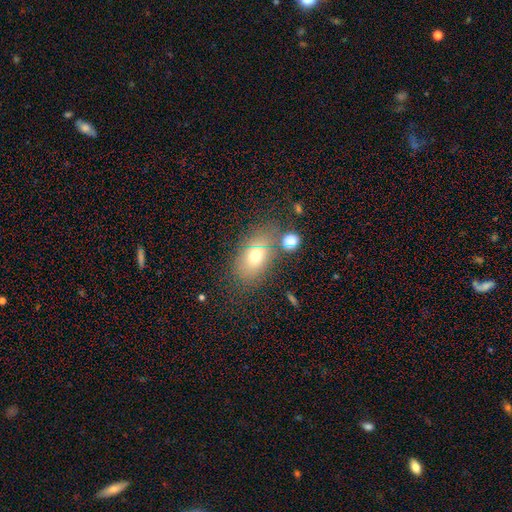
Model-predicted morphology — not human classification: Overall: smooth (69%). How rounded: in between (83%). Merging: none (64%).